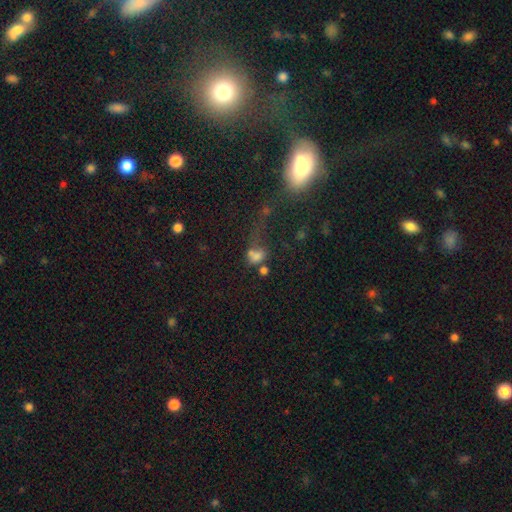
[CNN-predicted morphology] Smooth or featured? smooth (65%)
How rounded? in between (59%)
Merging? merger (35%)